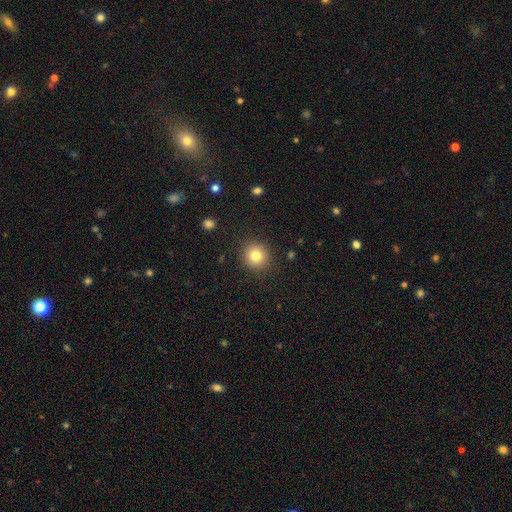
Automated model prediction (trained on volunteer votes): smooth 81%, star or artifact 11%, featured or disk 8%. Down the decision tree: how rounded — round (91%); merging — none (90%).